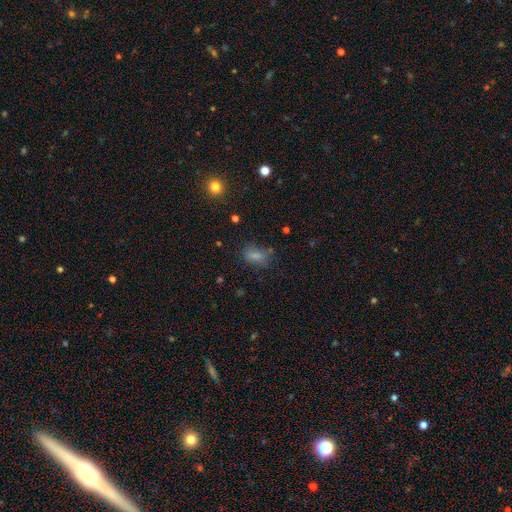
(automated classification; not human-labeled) This is likely a smooth galaxy (73%). How rounded: clearly in between (81%). Merging: possibly none (59%).